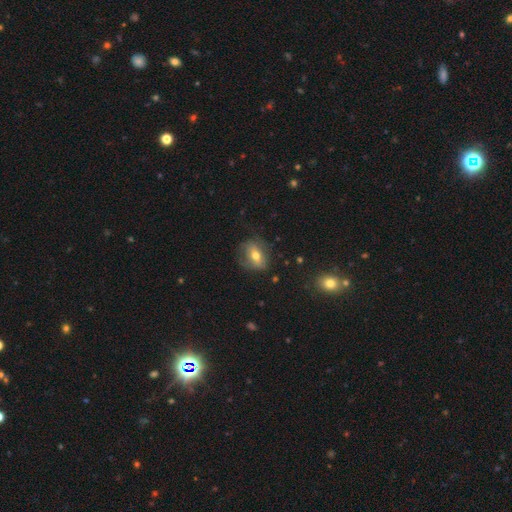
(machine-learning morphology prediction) A smooth galaxy with no disk features (53%) that is in between round and cigar-shaped (63%).

Vote fractions:
- Smooth or featured? smooth: 53% / featured or disk: 37% / star or artifact: 10%
- How rounded? in between: 63% / round: 33% / cigar-shaped: 4%
- Merging? none: 62% / minor disturbance: 24% / major disturbance: 12% / merger: 2%